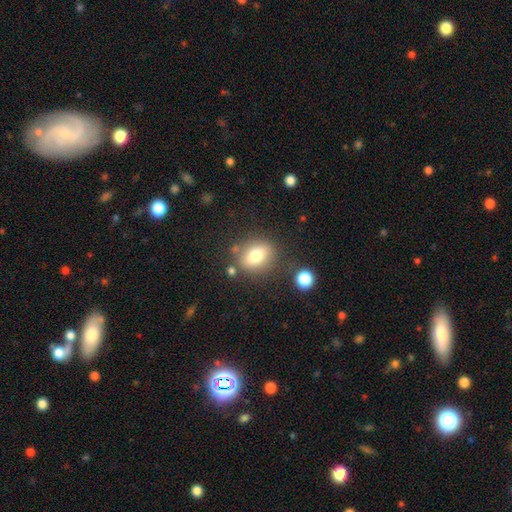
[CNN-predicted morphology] smooth 74%, featured or disk 16%, star or artifact 10%. Down the decision tree: how rounded — in between (59%); merging — none (75%).